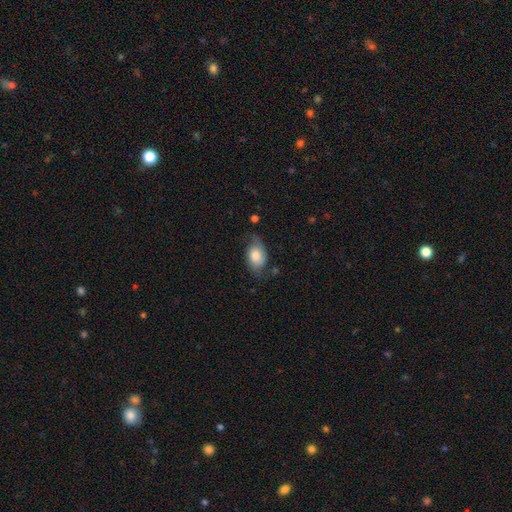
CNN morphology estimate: Smooth or featured: smooth — 71% (featured or disk — 22%)
How rounded: in between — 88% (round — 11%)
Merging: none — 49% (minor disturbance — 35%)